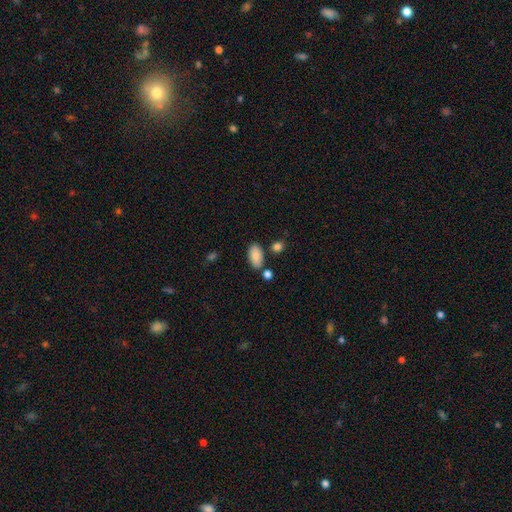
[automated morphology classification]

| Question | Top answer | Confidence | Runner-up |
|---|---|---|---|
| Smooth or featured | smooth | 86% | star or artifact (7%) |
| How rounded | in between | 94% | round (3%) |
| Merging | none | 76% | minor disturbance (12%) |